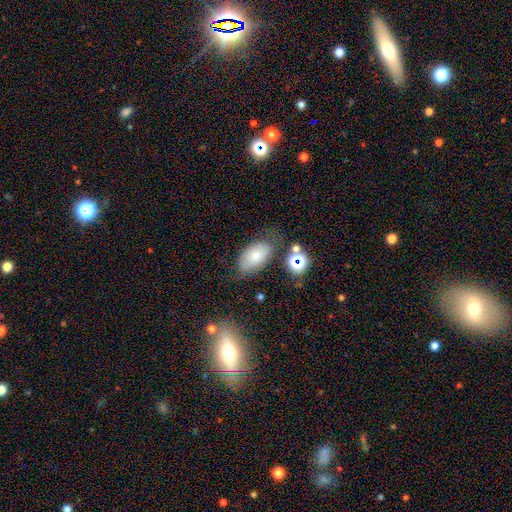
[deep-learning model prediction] The model was most divided on "merging": none: 63%, minor disturbance: 23%, major disturbance: 9%, merger: 5%. More confident: how rounded — in between (92%); smooth or featured — smooth (73%).